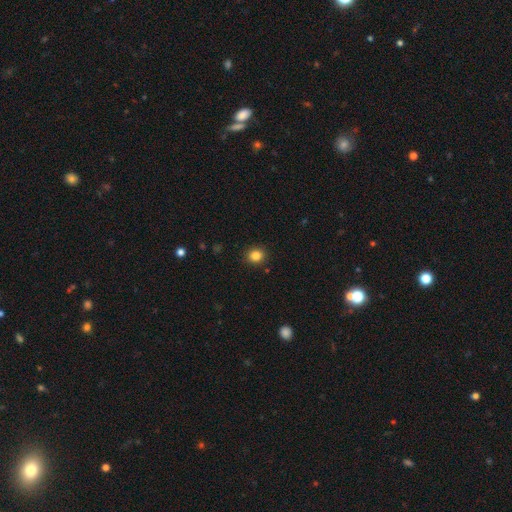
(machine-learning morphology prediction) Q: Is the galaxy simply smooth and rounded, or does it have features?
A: smooth — 84%.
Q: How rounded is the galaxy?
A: round — 82%.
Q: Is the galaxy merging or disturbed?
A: none — 90%.